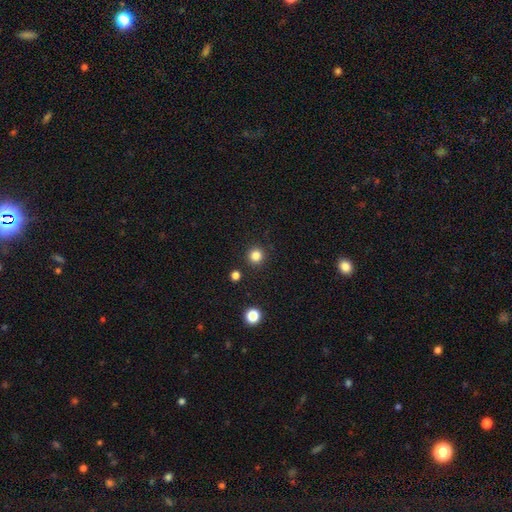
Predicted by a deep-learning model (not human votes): Q: Smooth or featured?
A: smooth (83%); runner-up: star or artifact (13%)
Q: How rounded?
A: round (95%); runner-up: in between (4%)
Q: Merging?
A: none (91%); runner-up: minor disturbance (5%)